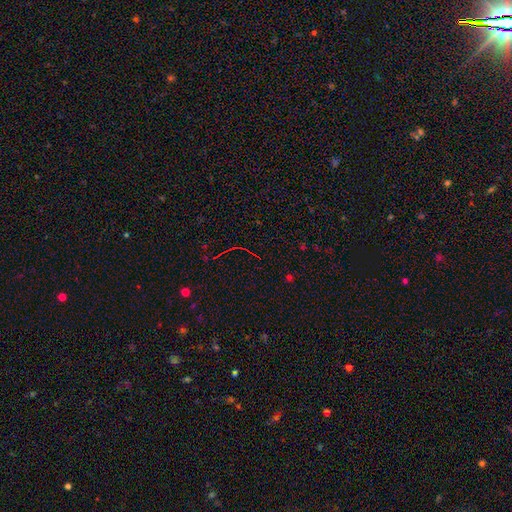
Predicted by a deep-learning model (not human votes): star or artifact 75%, smooth 14%, featured or disk 11%.